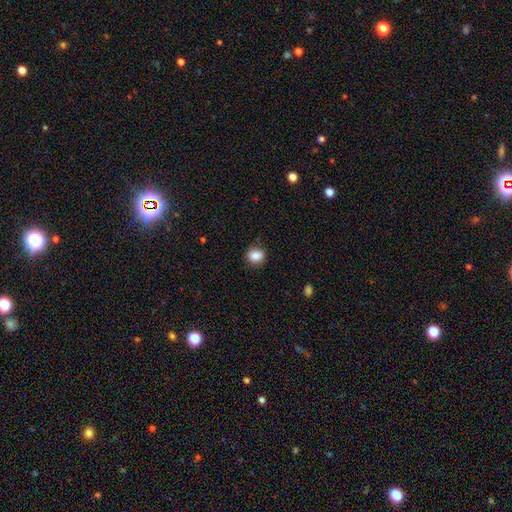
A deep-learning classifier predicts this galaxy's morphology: smooth-or-featured: smooth: 85% | star or artifact: 10% | featured or disk: 5%
  how-rounded: round: 76% | in between: 23% | cigar-shaped: 1%
  merging: none: 85% | minor disturbance: 11% | major disturbance: 3% | merger: 1%